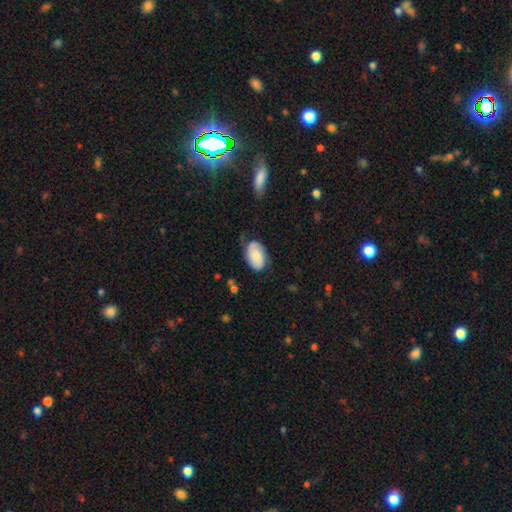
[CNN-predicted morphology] Smooth or featured?
  - smooth: 64% *
  - featured or disk: 28%
  - star or artifact: 8%
How rounded?
  - in between: 92% *
  - round: 6%
  - cigar-shaped: 1%
Merging?
  - none: 70% *
  - minor disturbance: 22%
  - major disturbance: 6%
  - merger: 2%